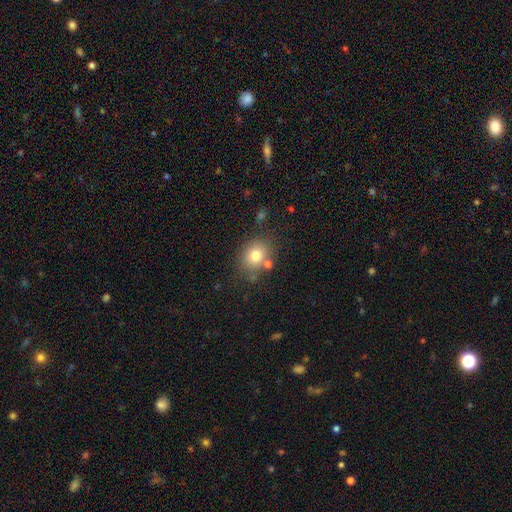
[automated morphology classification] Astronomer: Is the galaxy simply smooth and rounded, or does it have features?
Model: smooth — 77%.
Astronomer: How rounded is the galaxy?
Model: round — 61% (runner-up: in between, 38%).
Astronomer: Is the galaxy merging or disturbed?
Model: none — 71%.